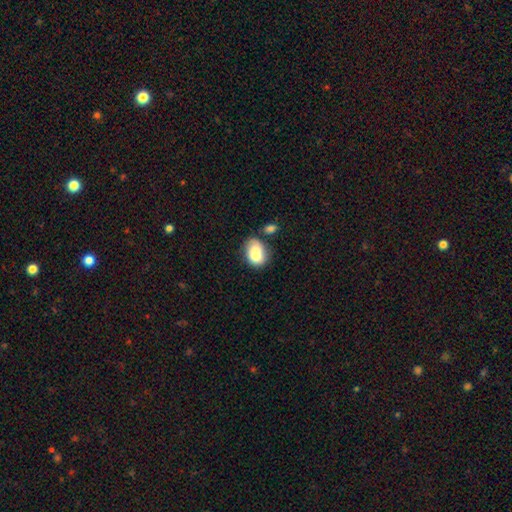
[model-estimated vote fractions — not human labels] This is likely a smooth galaxy (76%). How rounded: likely in between (66%). Merging: marginally none (40%).